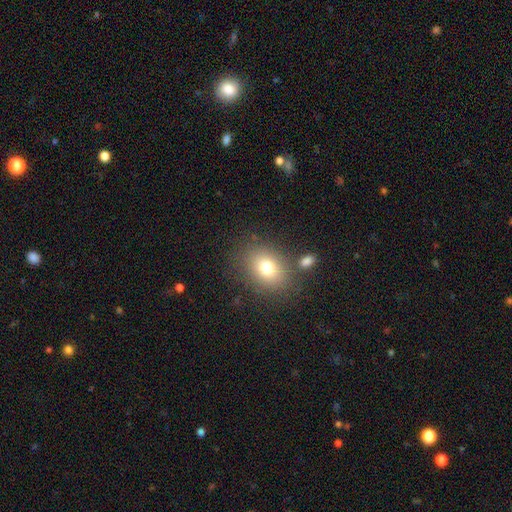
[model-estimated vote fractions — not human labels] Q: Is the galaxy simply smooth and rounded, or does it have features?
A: smooth — 72%.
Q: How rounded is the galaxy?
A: round — 51%.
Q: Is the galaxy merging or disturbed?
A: none — 82%.